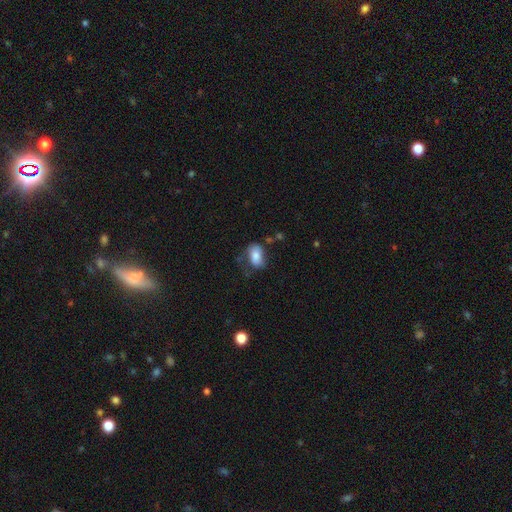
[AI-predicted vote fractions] This is likely a smooth galaxy (75%). How rounded: clearly in between (88%). Merging: possibly none (47%).